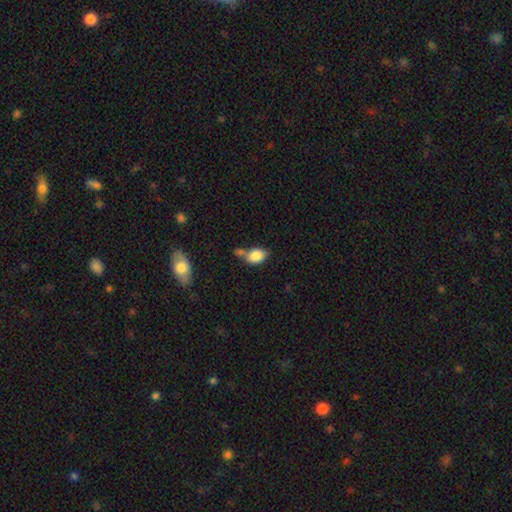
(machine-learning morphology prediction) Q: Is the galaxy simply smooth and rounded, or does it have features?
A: smooth — 85%.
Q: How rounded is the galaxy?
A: in between — 82%.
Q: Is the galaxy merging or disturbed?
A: none — 43%.